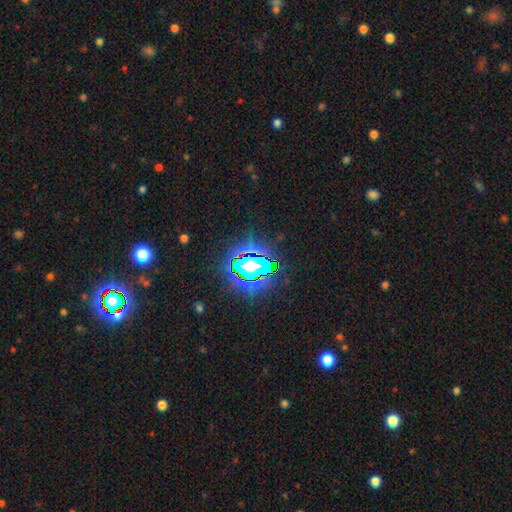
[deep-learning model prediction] This appears to be a star or artifact, not a galaxy (66%).